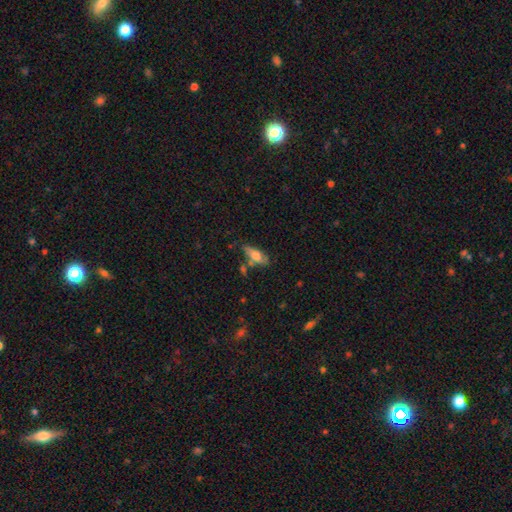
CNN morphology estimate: Q: Smooth or featured?
A: smooth (63%); runner-up: featured or disk (30%)
Q: How rounded?
A: in between (71%); runner-up: cigar-shaped (26%)
Q: Merging?
A: none (53%); runner-up: minor disturbance (25%)